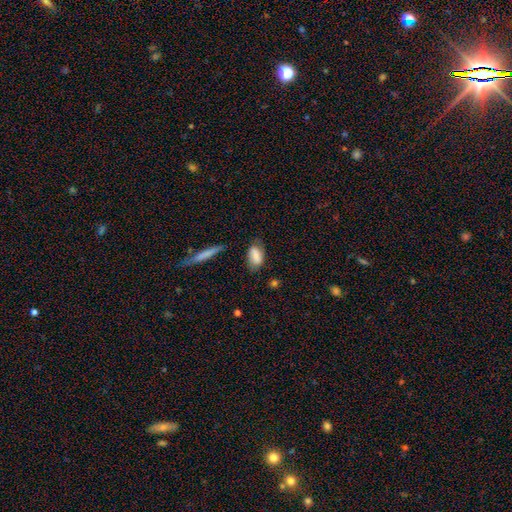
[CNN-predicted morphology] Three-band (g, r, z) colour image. It shows a smooth galaxy with no disk features (80%) that is in between round and cigar-shaped (89%). Merging: none (65%).